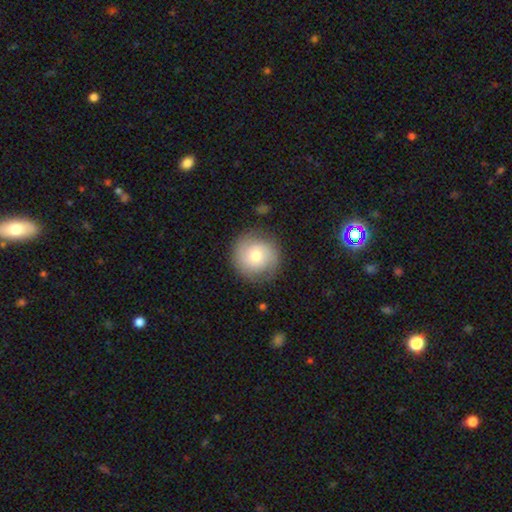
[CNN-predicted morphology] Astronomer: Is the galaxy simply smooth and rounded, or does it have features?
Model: smooth — 55% (runner-up: featured or disk, 37%).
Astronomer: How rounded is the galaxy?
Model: round — 93%.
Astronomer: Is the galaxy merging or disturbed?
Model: none — 83%.